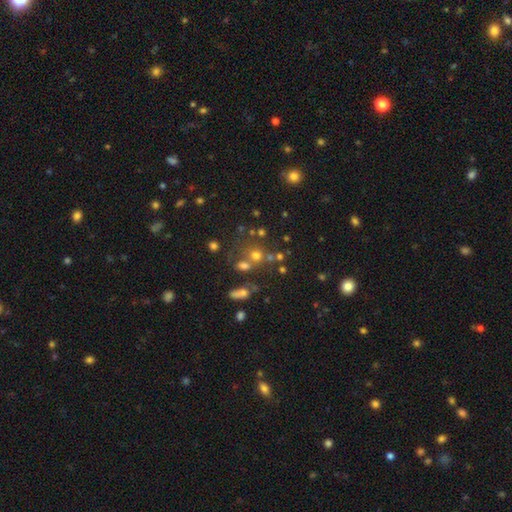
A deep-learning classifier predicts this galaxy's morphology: Smooth or featured: smooth — 59% (star or artifact — 26%)
How rounded: round — 81% (in between — 18%)
Merging: none — 54% (merger — 29%)